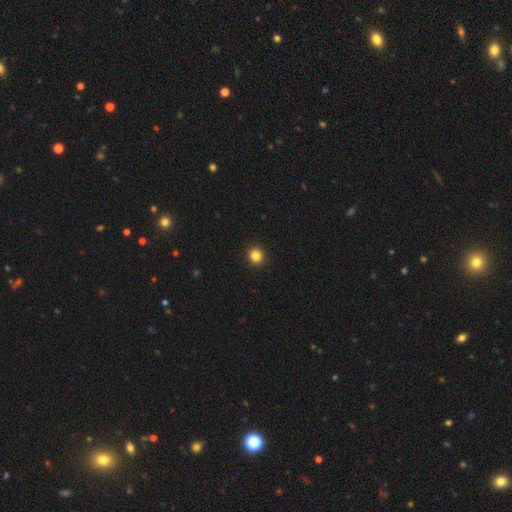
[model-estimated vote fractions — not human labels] A smooth galaxy with no disk features (84%) that is round (87%).

Vote fractions:
- Smooth or featured? smooth: 84% / star or artifact: 12% / featured or disk: 4%
- How rounded? round: 87% / in between: 12% / cigar-shaped: 1%
- Merging? none: 93% / minor disturbance: 5% / major disturbance: 1% / merger: 1%